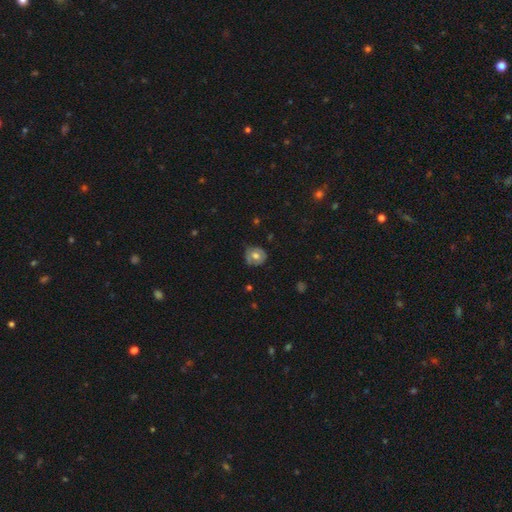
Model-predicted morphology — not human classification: The model was most divided on "smooth or featured": smooth: 62%, featured or disk: 30%, star or artifact: 8%. More confident: how rounded — round (81%); merging — none (71%).